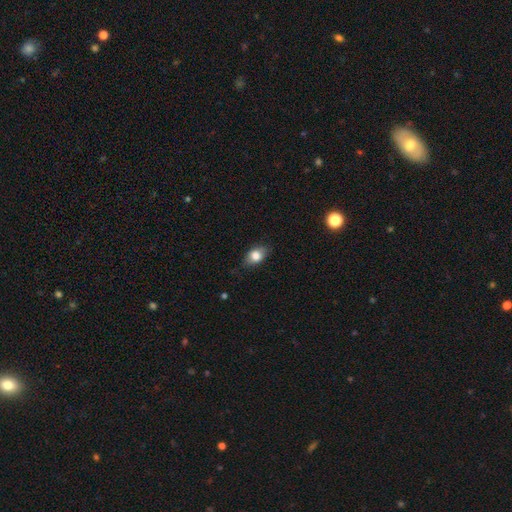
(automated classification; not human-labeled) This is likely a smooth galaxy (79%). How rounded: clearly in between (81%). Merging: likely none (76%).